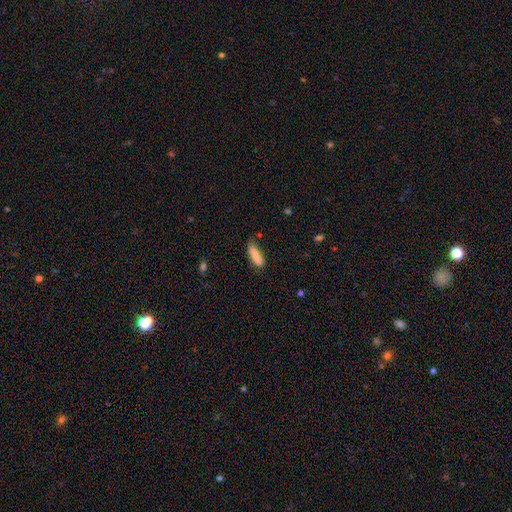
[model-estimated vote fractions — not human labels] A smooth galaxy with no disk features (83%) that is in between round and cigar-shaped (51%). Merging: none (72%).